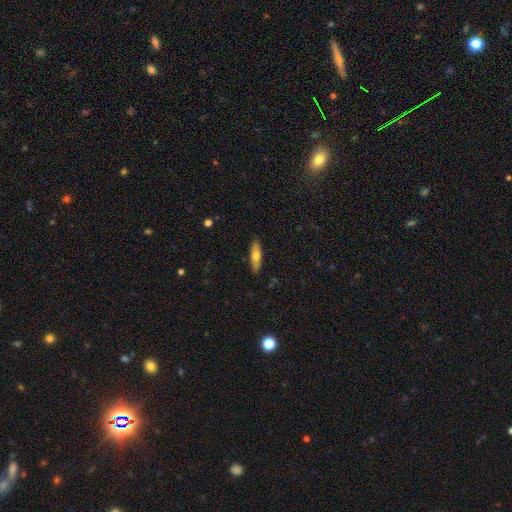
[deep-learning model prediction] This is likely a smooth galaxy (62%). How rounded: likely cigar-shaped (63%). Merging: clearly none (89%).